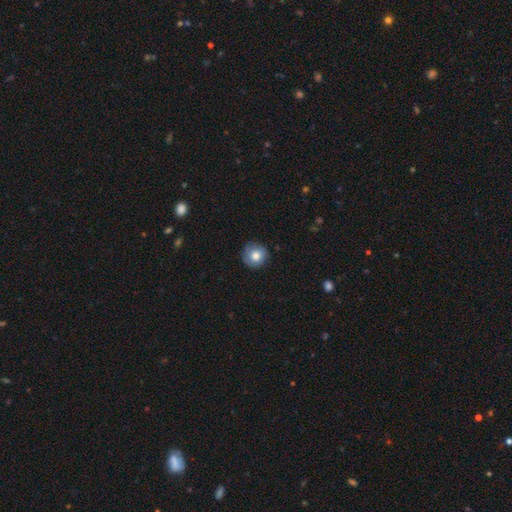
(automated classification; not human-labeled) Overall: smooth (77%). How rounded: round (92%). Merging: none (78%).